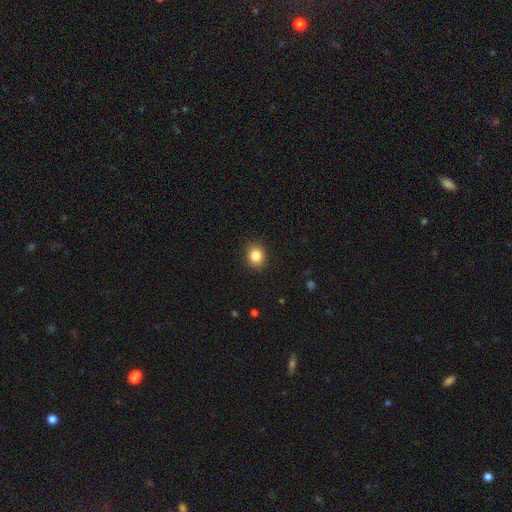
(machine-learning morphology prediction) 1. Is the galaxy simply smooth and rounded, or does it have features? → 85% smooth, 10% star or artifact, 5% featured or disk.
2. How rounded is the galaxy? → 64% round, 35% in between, 1% cigar-shaped.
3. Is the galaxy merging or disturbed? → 89% none, 8% minor disturbance, 2% major disturbance, 1% merger.